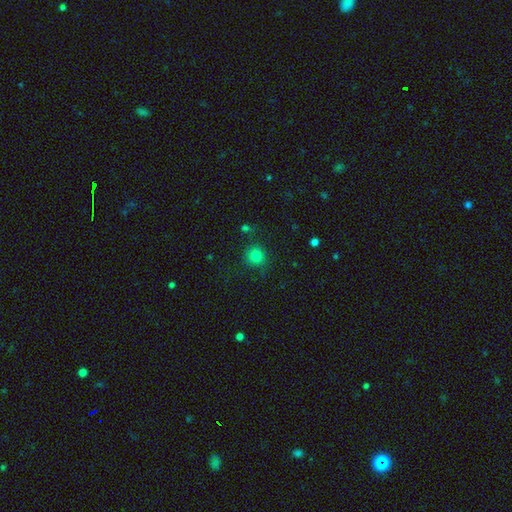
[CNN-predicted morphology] type=smooth (81%); roundness=round (92%); merging=none (84%).